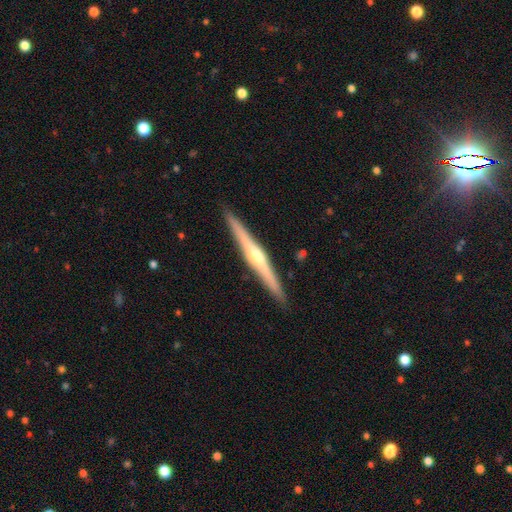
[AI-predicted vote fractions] A featured or disk galaxy (78%) viewed edge-on (98%) with a rounded central bulge (84%). Merging: none (92%).